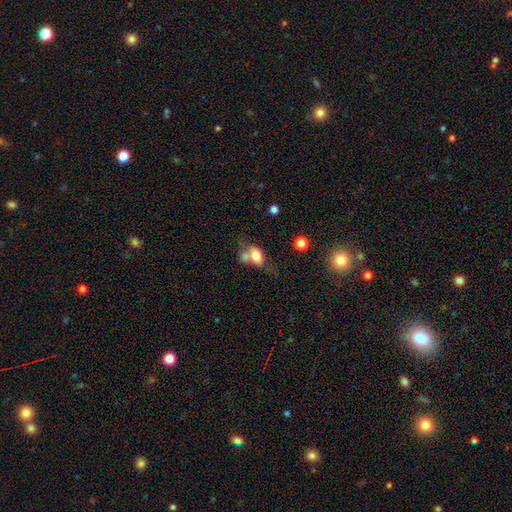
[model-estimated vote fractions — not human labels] smooth_or_featured: smooth (p=0.74) [alt: featured or disk p=0.17]
how_rounded: in between (p=0.76) [alt: round p=0.22]
merging: merger (p=0.46) [alt: none p=0.26]